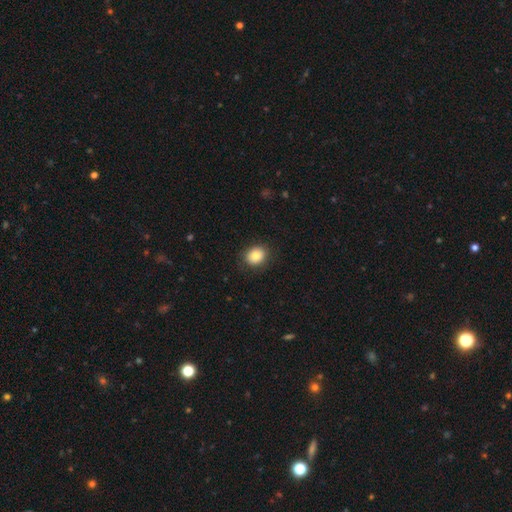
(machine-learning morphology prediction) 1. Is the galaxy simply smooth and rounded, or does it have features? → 83% smooth, 9% star or artifact, 8% featured or disk.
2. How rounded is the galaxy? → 60% round, 39% in between, 1% cigar-shaped.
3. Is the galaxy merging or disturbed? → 87% none, 9% minor disturbance, 3% major disturbance, 1% merger.